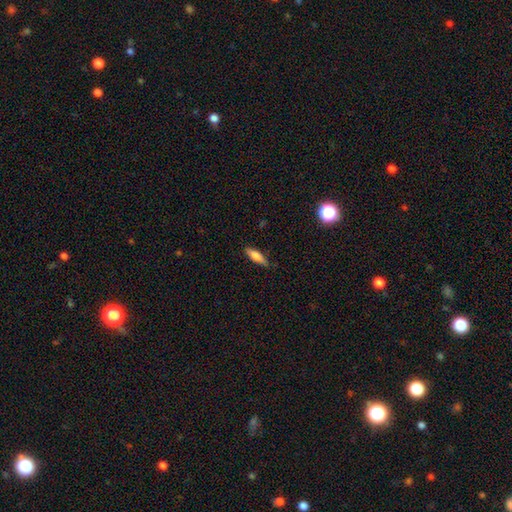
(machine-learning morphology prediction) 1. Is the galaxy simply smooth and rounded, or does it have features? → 70% smooth, 23% featured or disk, 7% star or artifact.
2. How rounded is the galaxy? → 54% cigar-shaped, 43% in between, 2% round.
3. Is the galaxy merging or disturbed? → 78% none, 17% minor disturbance, 3% major disturbance, 1% merger.